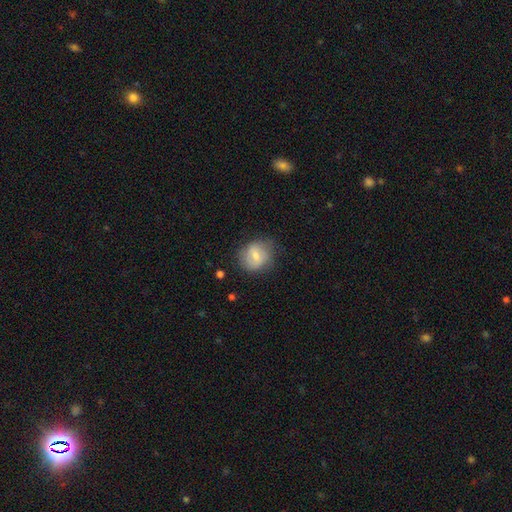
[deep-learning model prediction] Smooth or featured? Predicted: smooth (p=0.62). How rounded? Predicted: round (p=0.71). Merging? Predicted: none (p=0.69).